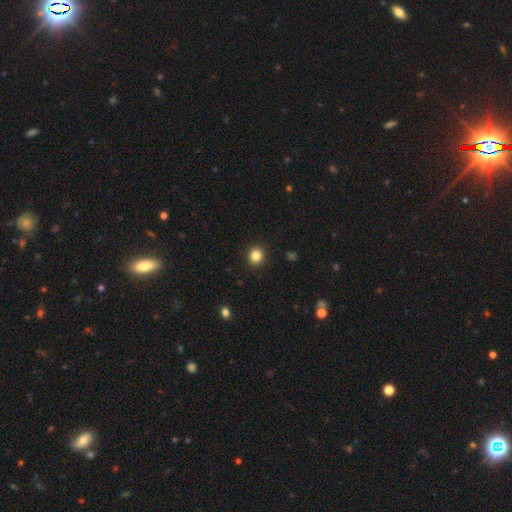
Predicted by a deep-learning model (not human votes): Smooth or featured? smooth (84%)
How rounded? round (81%)
Merging? none (91%)